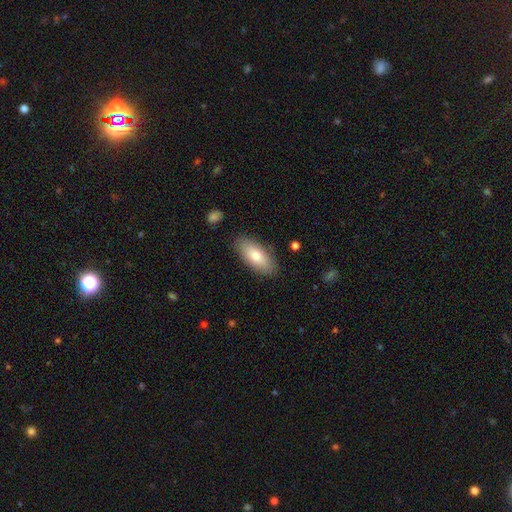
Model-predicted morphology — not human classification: Q: Smooth or featured?
A: smooth (76%); runner-up: featured or disk (18%)
Q: How rounded?
A: in between (86%); runner-up: cigar-shaped (11%)
Q: Merging?
A: none (85%); runner-up: minor disturbance (11%)